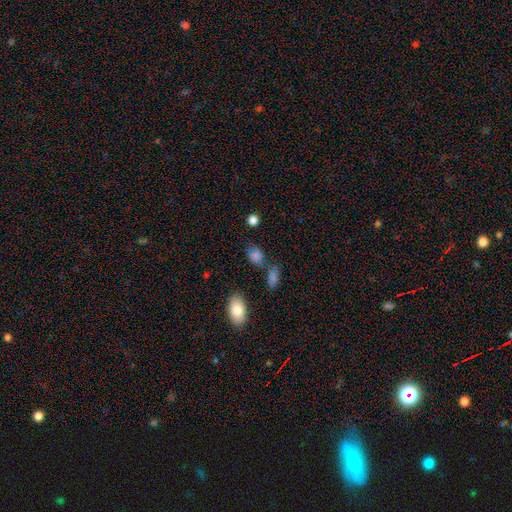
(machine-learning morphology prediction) A smooth galaxy with no disk features (83%) that is in between round and cigar-shaped (70%).

Vote fractions:
- Smooth or featured? smooth: 83% / star or artifact: 10% / featured or disk: 7%
- How rounded? in between: 70% / round: 28% / cigar-shaped: 2%
- Merging? none: 61% / minor disturbance: 20% / merger: 13% / major disturbance: 7%